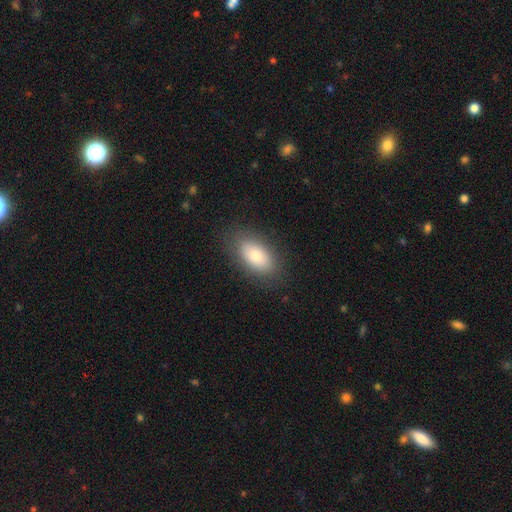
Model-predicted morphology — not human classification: The model was most divided on "smooth or featured": smooth: 77%, featured or disk: 15%, star or artifact: 8%. More confident: how rounded — in between (91%); merging — none (85%).